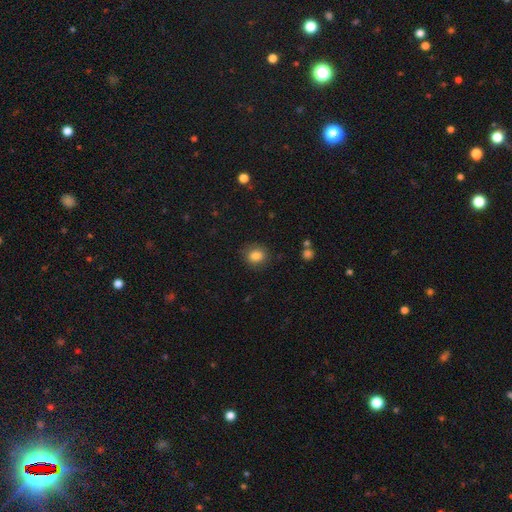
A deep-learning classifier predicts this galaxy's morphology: A smooth galaxy with no disk features (85%) that is round (66%).

Vote fractions:
- Smooth or featured? smooth: 85% / star or artifact: 10% / featured or disk: 5%
- How rounded? round: 66% / in between: 33% / cigar-shaped: 1%
- Merging? none: 82% / minor disturbance: 12% / major disturbance: 4% / merger: 1%